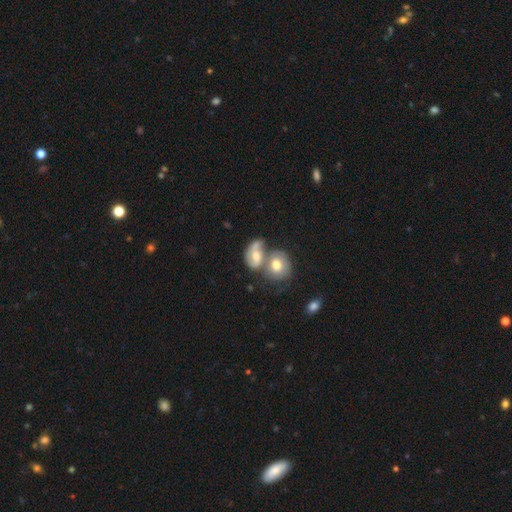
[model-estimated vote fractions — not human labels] smooth_or_featured: featured or disk (p=0.57) [alt: smooth p=0.35]
disk_edge_on: no (p=0.96) [alt: yes p=0.04]
bar: no (p=0.59) [alt: weak p=0.33]
has_spiral_arms: yes (p=0.78) [alt: no p=0.22]
bulge_size: moderate (p=0.54) [alt: large p=0.20]
merging: merger (p=0.62) [alt: none p=0.18]